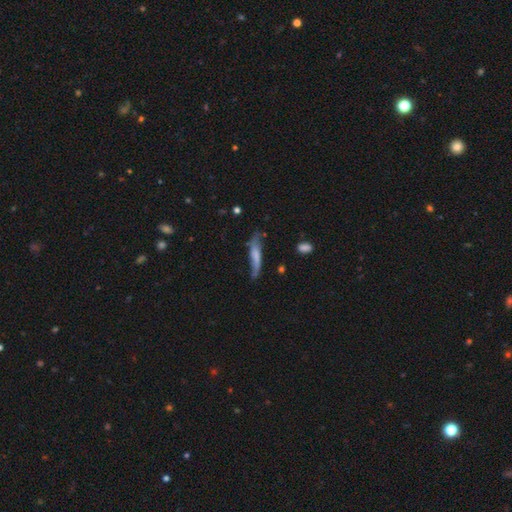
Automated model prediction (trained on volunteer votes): Overall: smooth (53%; featured or disk 40%). How rounded: cigar-shaped (83%). Merging: none (55%; minor disturbance 30%).